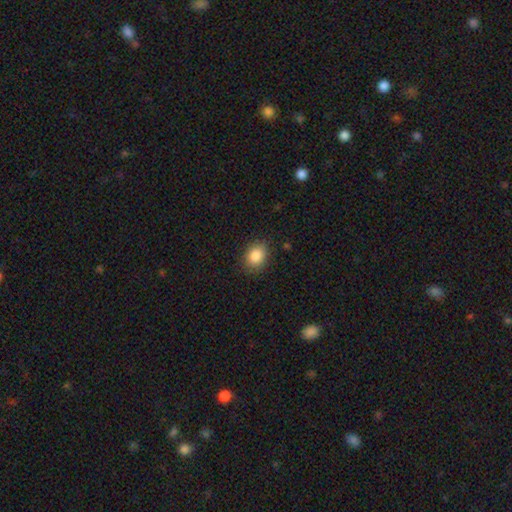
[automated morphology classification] A smooth galaxy with no disk features (87%) that is in between round and cigar-shaped (58%).

Vote fractions:
- Smooth or featured? smooth: 87% / star or artifact: 9% / featured or disk: 4%
- How rounded? in between: 58% / round: 41% / cigar-shaped: 1%
- Merging? none: 85% / minor disturbance: 11% / major disturbance: 3% / merger: 1%